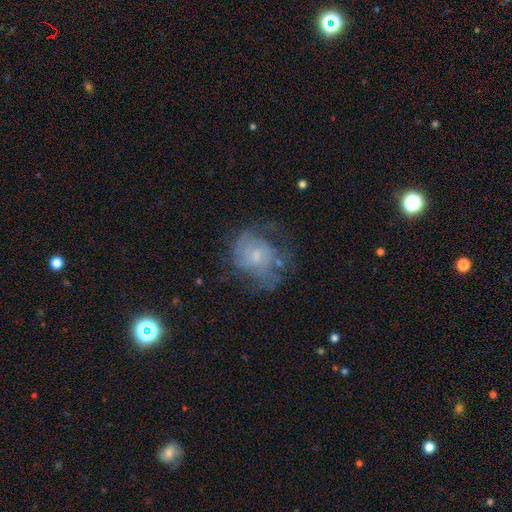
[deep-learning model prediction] smooth-or-featured: featured or disk: 67% | smooth: 23% | star or artifact: 10%
  disk-edge-on: no: 97% | yes: 3%
    bar: no: 56% | weak: 39% | strong: 5%
    has-spiral-arms: yes: 75% | no: 25%
    bulge-size: small: 55% | moderate: 28% | none: 14% | large: 2% | dominant: 1%
  merging: none: 51% | minor disturbance: 23% | major disturbance: 23% | merger: 3%